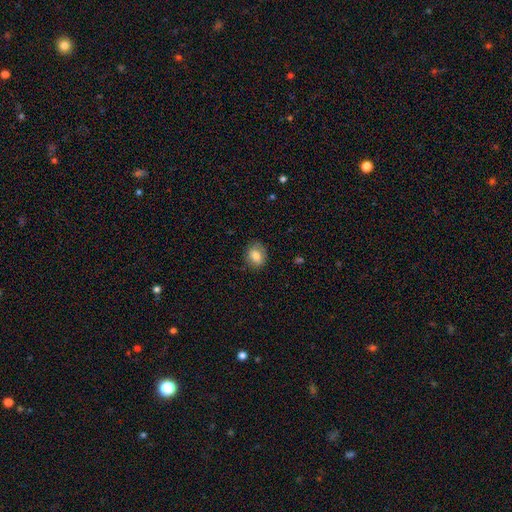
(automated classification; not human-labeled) smooth_or_featured: smooth (p=0.82) [alt: featured or disk p=0.09]
how_rounded: in between (p=0.53) [alt: round p=0.46]
merging: none (p=0.80) [alt: minor disturbance p=0.15]